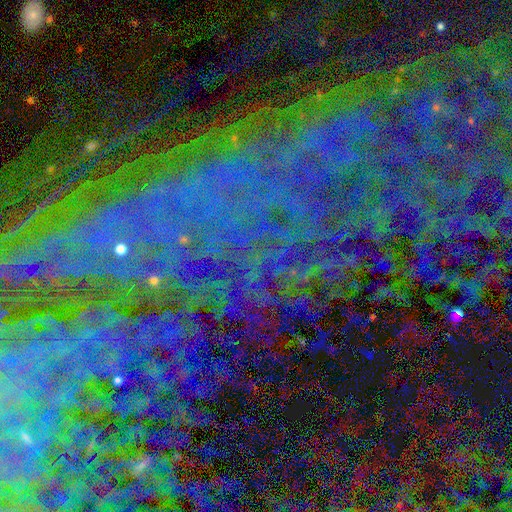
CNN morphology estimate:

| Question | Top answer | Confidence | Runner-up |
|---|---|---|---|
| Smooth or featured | star or artifact | 80% | featured or disk (11%) |